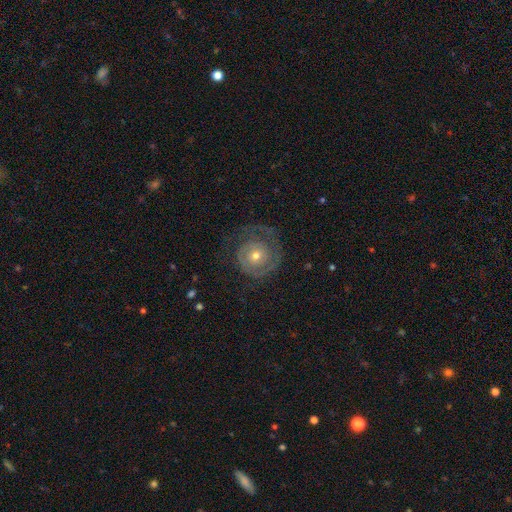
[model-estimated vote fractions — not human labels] Morphology: type=featured or disk (75%); edge-on=no (98%); bar=no (82%); spiral arms=yes (86%); winding=tight (69%); arm count=2 (36%); bulge=small (48%, tied with moderate); merging=none (64%).